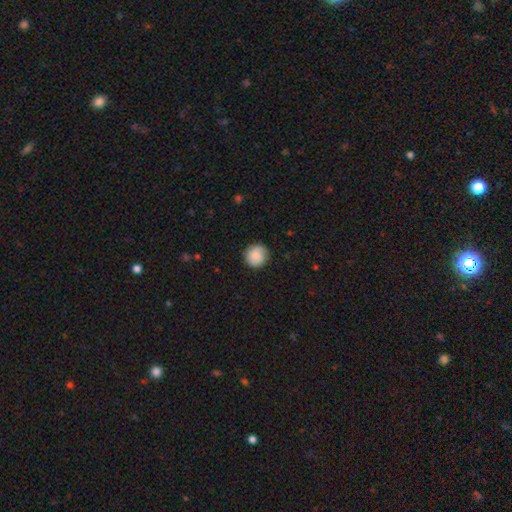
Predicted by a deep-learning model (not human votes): Smooth or featured?
  - smooth: 86% *
  - star or artifact: 7%
  - featured or disk: 7%
How rounded?
  - round: 93% *
  - in between: 6%
  - cigar-shaped: 1%
Merging?
  - none: 88% *
  - minor disturbance: 8%
  - major disturbance: 2%
  - merger: 1%